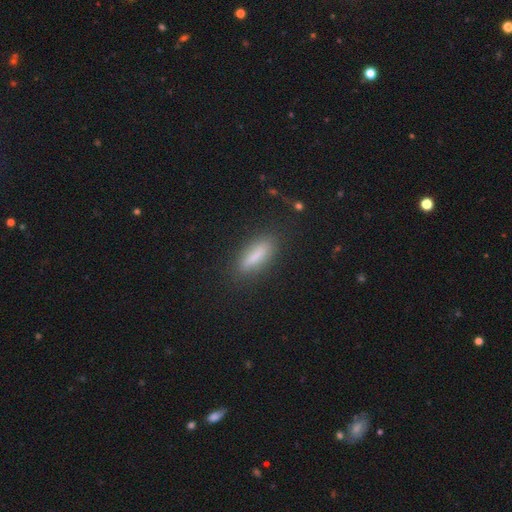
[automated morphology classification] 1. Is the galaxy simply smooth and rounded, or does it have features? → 72% smooth, 19% featured or disk, 9% star or artifact.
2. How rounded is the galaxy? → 64% cigar-shaped, 33% in between, 2% round.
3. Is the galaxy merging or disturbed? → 82% none, 12% minor disturbance, 4% major disturbance, 2% merger.